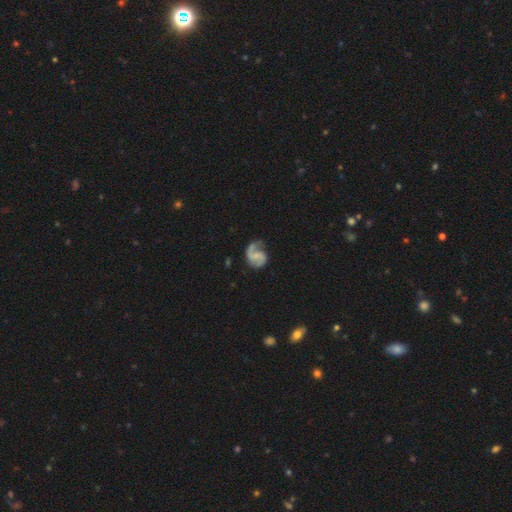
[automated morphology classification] This appears to be a featured or disk galaxy (82%) with a weak bar (44%), 2 (74%) medium (47%) spiral arms (95%) and no central bulge (44%). Merging: none (60%).